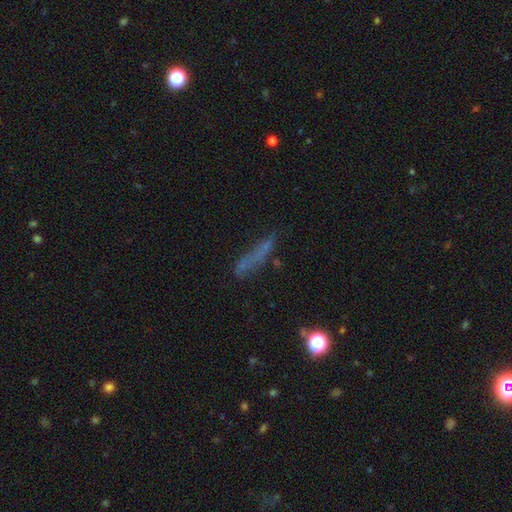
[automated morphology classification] This is possibly a smooth galaxy (54%). How rounded: clearly cigar-shaped (87%). Merging: likely none (69%).